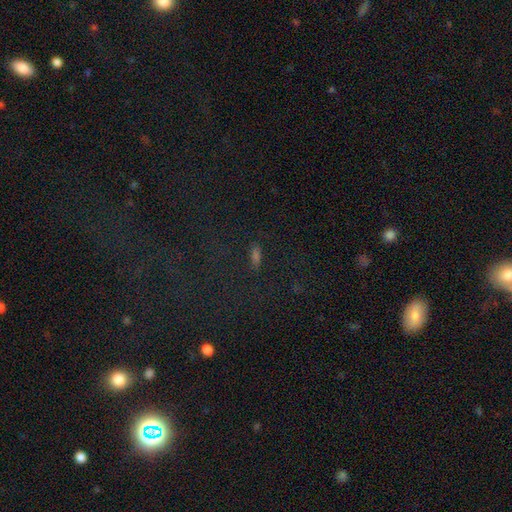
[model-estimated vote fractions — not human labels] Smooth or featured?
  - smooth: 59% *
  - star or artifact: 27%
  - featured or disk: 14%
How rounded?
  - in between: 58% *
  - cigar-shaped: 36%
  - round: 7%
Merging?
  - none: 83% *
  - minor disturbance: 11%
  - major disturbance: 4%
  - merger: 2%